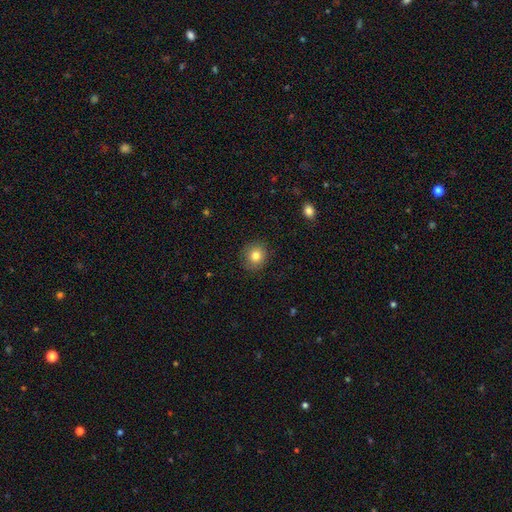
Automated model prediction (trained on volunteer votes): Smooth or featured?
  - smooth: 80% *
  - star or artifact: 10%
  - featured or disk: 9%
How rounded?
  - round: 86% *
  - in between: 13%
  - cigar-shaped: 1%
Merging?
  - none: 87% *
  - minor disturbance: 9%
  - major disturbance: 3%
  - merger: 1%